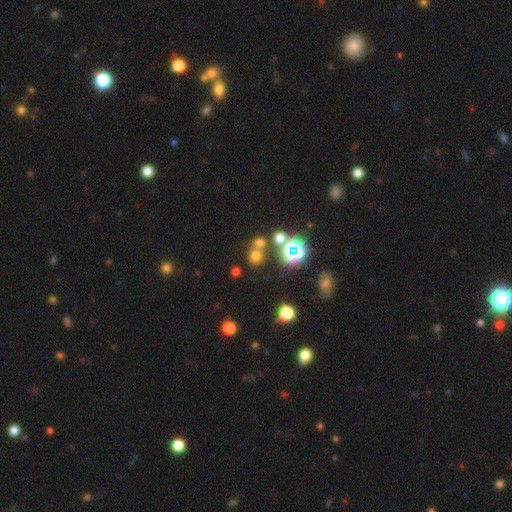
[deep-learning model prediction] smooth 59%, star or artifact 33%, featured or disk 8%. Down the decision tree: how rounded — round (87%); merging — none (62%).